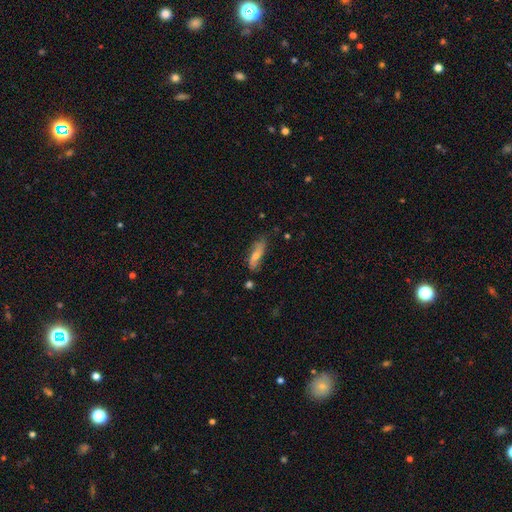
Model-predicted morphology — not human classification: type=featured or disk (47%); merging=none (69%).